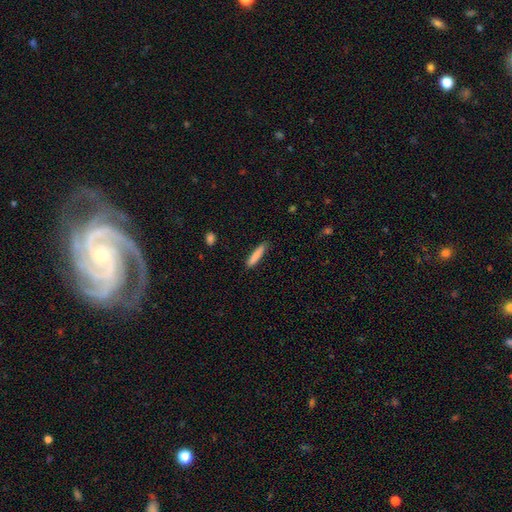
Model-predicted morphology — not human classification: type=smooth (84%); roundness=cigar-shaped (90%); merging=none (87%).